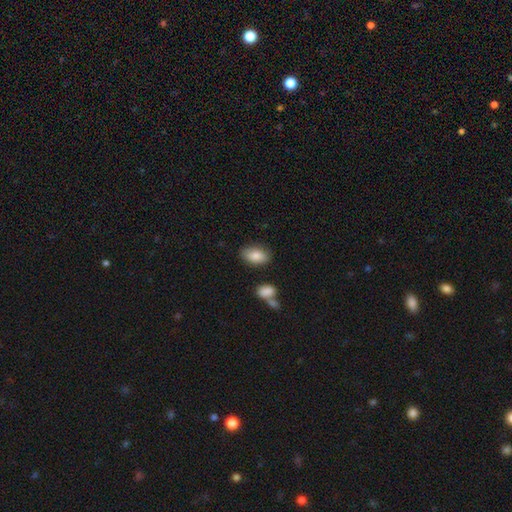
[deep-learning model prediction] Morphology: type=smooth (84%); roundness=in between (92%); merging=none (80%).